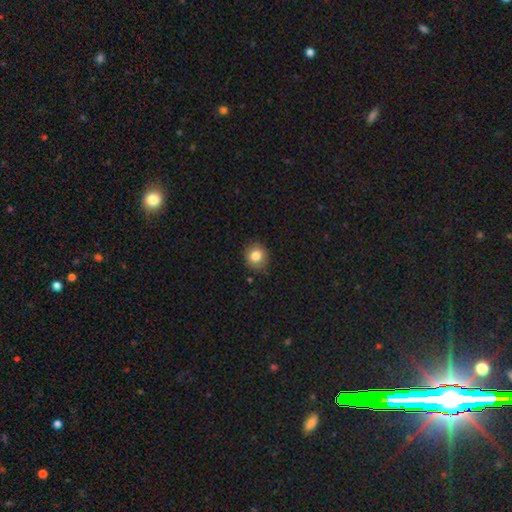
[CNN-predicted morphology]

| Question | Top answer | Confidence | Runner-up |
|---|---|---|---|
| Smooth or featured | smooth | 82% | star or artifact (10%) |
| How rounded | round | 82% | in between (17%) |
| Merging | none | 85% | minor disturbance (11%) |